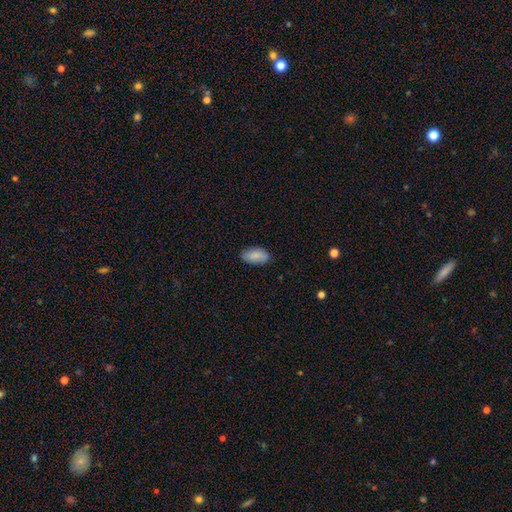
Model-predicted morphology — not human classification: A smooth galaxy with no disk features (86%) that is in between round and cigar-shaped (94%). Merging: none (84%).